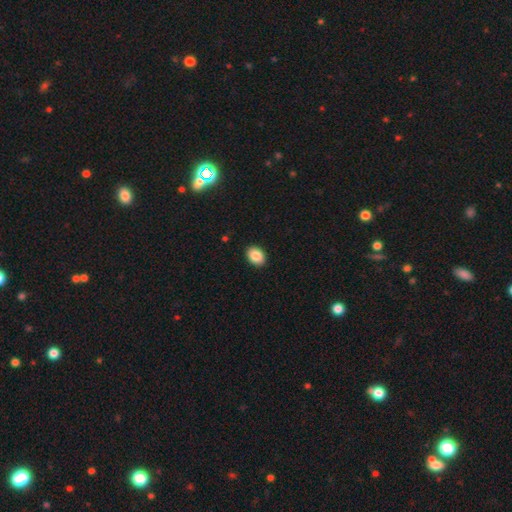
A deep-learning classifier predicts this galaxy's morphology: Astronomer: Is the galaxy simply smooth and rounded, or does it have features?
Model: smooth — 87%.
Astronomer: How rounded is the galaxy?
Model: in between — 73%.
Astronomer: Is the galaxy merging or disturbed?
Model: none — 90%.